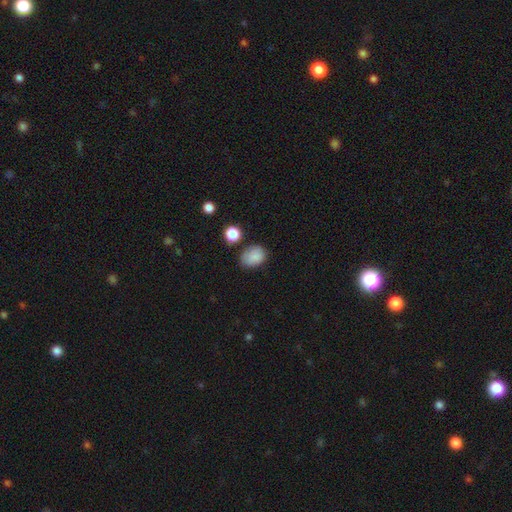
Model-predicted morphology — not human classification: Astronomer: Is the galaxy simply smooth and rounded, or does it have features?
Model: smooth — 85%.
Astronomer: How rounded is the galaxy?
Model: in between — 72%.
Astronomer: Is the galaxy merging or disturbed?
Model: none — 68%.